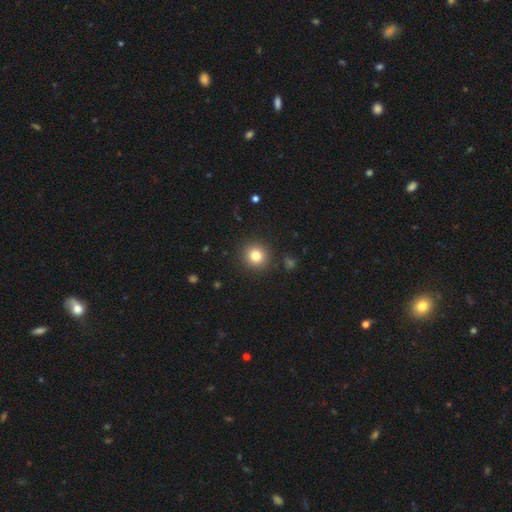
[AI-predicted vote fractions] Smooth or featured: smooth — 80% (star or artifact — 12%)
How rounded: round — 91% (in between — 8%)
Merging: none — 91% (minor disturbance — 6%)